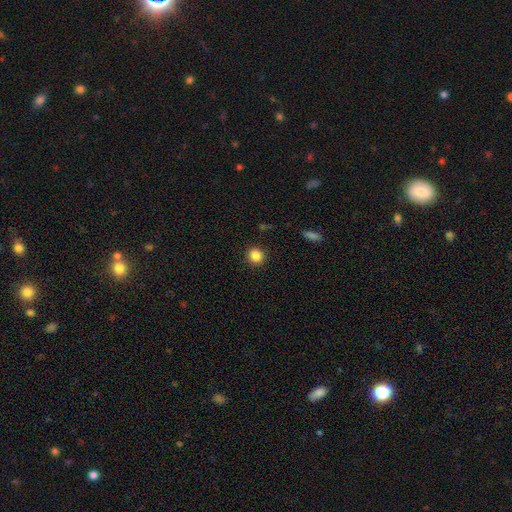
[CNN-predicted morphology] Smooth or featured? Predicted: smooth (p=0.86). How rounded? Predicted: round (p=0.83). Merging? Predicted: none (p=0.91).